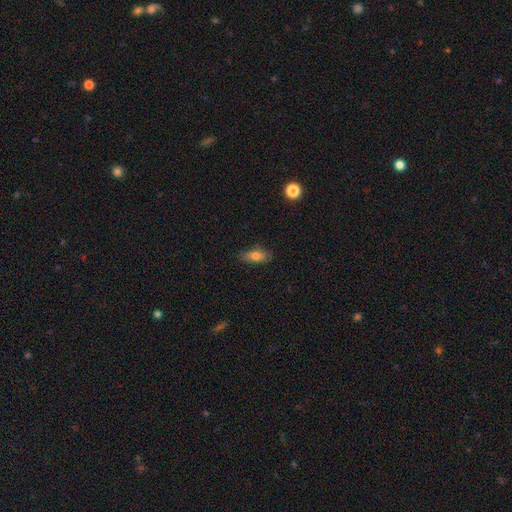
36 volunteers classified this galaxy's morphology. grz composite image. It shows a smooth galaxy with no disk features (81%) that is in between round and cigar-shaped (76%). Merging: none (79%).